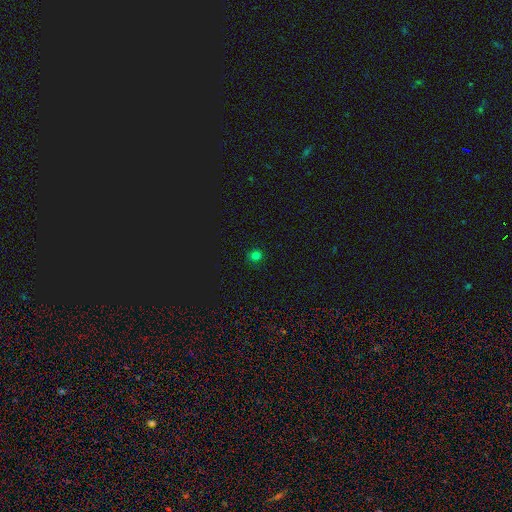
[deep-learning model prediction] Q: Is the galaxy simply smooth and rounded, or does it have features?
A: smooth — 75%.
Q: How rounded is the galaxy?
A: round — 89%.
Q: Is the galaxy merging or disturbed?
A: none — 89%.